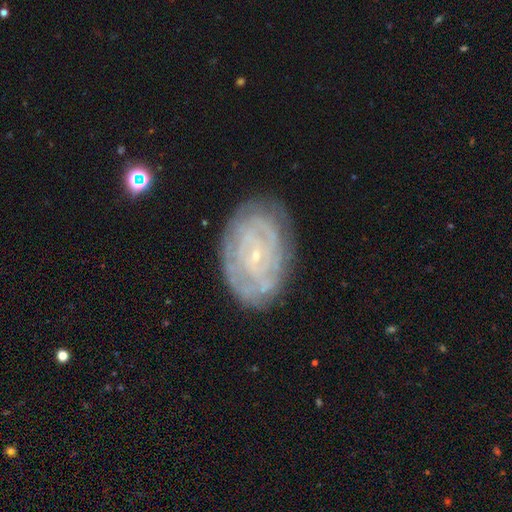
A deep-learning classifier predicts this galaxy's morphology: A featured or disk galaxy (80%) with no bar (70%), tight (79%) spiral arms (88%) and a small central bulge (88%). Merging: none (77%).